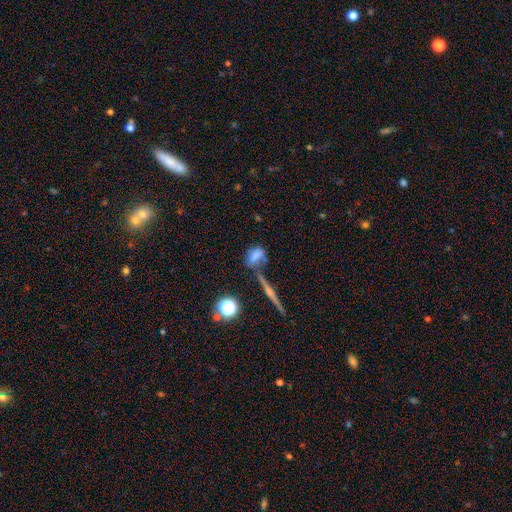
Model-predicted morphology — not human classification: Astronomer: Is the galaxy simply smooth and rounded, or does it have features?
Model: smooth — 63%.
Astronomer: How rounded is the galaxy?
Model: in between — 69%.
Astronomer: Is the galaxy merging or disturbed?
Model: none — 44% (runner-up: merger, 23%).